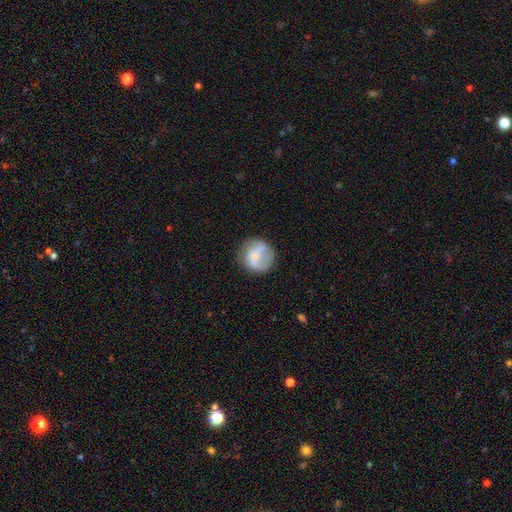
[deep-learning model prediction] A smooth galaxy with no disk features (49%). Merging: none (67%).